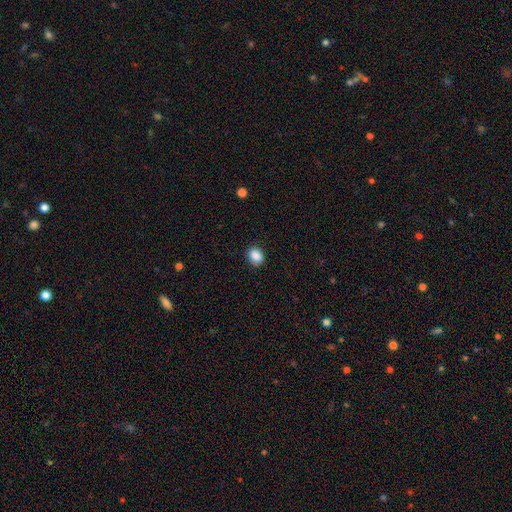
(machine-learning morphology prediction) type=smooth (88%); roundness=in between (51%); merging=none (83%).